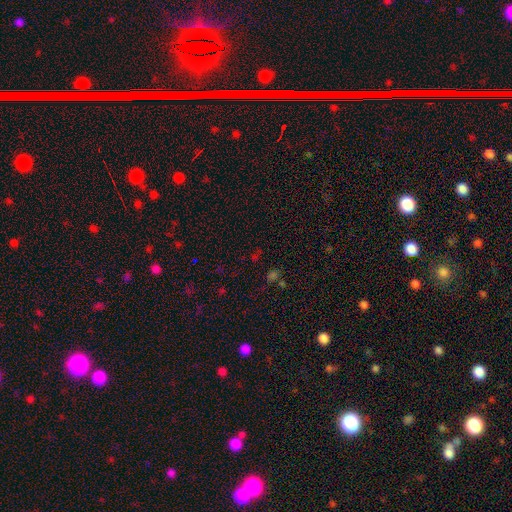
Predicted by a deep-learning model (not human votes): Morphology: type=star or artifact (53%).